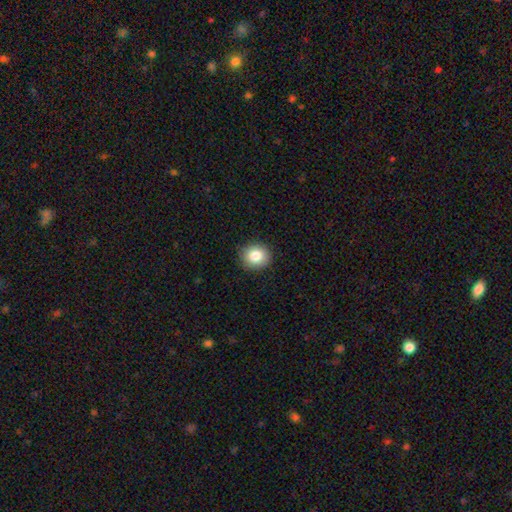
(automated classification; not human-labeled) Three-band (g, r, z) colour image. It shows a smooth galaxy with no disk features (83%) that is round (85%). Merging: none (90%).